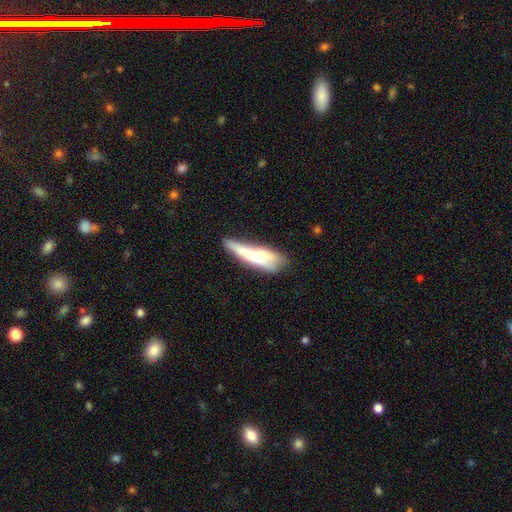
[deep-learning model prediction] Smooth or featured? Predicted: smooth (p=0.59). How rounded? Predicted: cigar-shaped (p=0.69). Merging? Predicted: none (p=0.34).